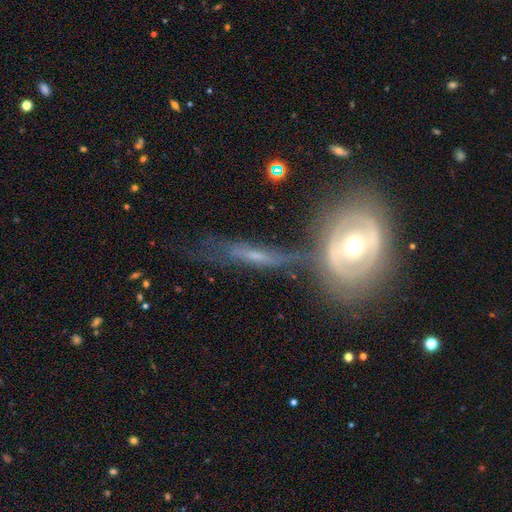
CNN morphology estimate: Smooth or featured? Predicted: featured or disk (p=0.67). Edge-on disk? Predicted: no (p=0.62). Merging? Predicted: none (p=0.38).